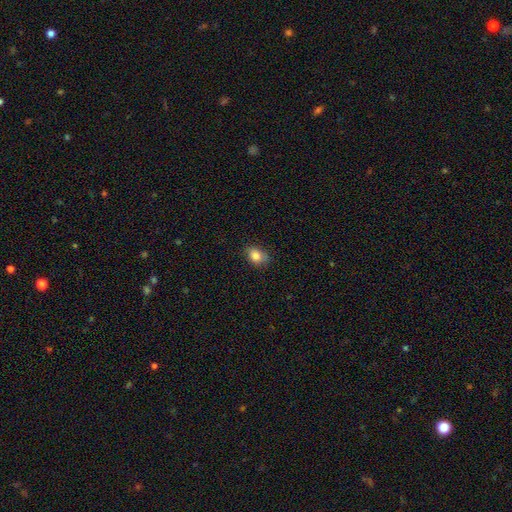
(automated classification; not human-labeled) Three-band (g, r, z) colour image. It shows a smooth galaxy with no disk features (85%) that is in between round and cigar-shaped (69%). Merging: none (79%).